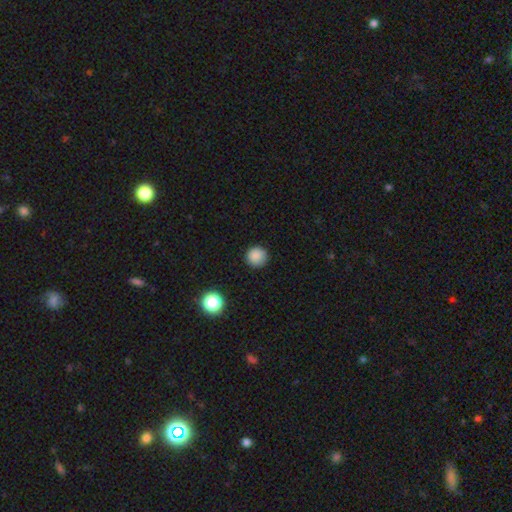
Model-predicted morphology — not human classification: This is clearly a smooth galaxy (86%). How rounded: clearly round (95%). Merging: clearly none (90%).